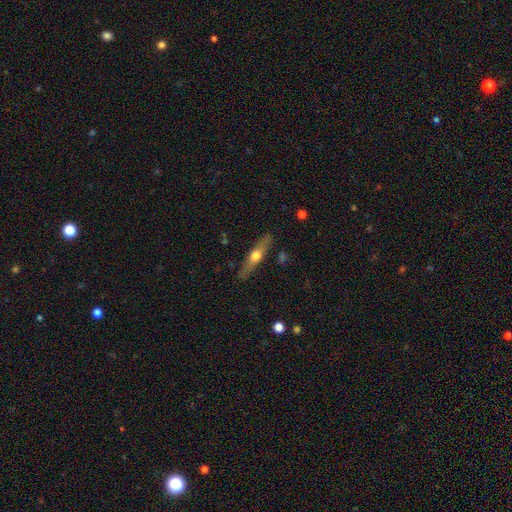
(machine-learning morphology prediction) featured or disk 55%, smooth 39%, star or artifact 6%. Down the decision tree: edge-on disk — yes (92%); edge-on bulge — rounded (93%); merging — none (86%).